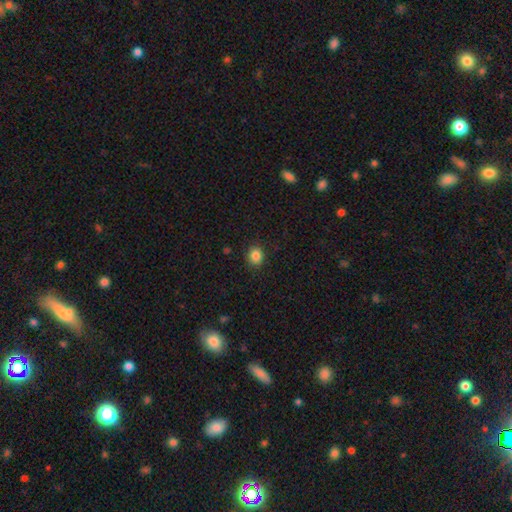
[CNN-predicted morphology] The model was most divided on "how rounded": round: 74%, in between: 25%, cigar-shaped: 1%. More confident: merging — none (89%); smooth or featured — smooth (85%).